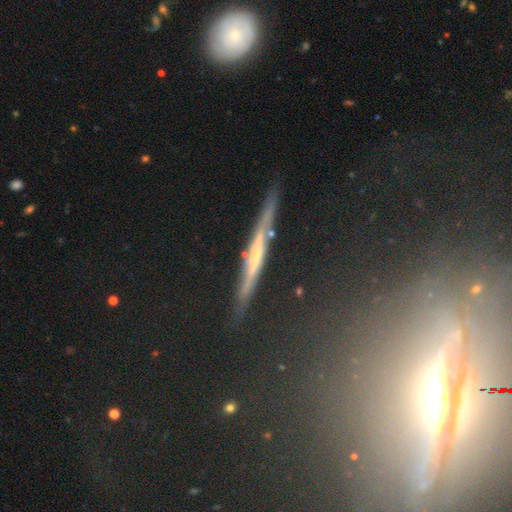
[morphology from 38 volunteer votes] Volunteers were most divided on "edge-on bulge": none: 63%, rounded: 22%, boxy: 15%. More confident: edge-on disk — yes (100%); merging — none (74%); smooth or featured — featured or disk (71%).